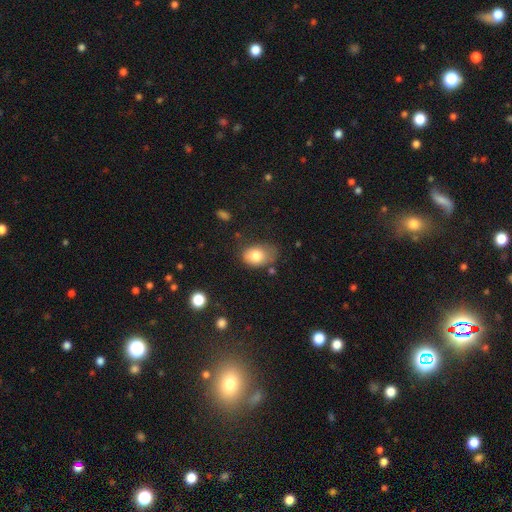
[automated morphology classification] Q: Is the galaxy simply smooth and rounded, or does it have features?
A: smooth — 79%.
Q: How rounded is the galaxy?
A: in between — 76%.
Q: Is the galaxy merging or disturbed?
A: none — 49%.